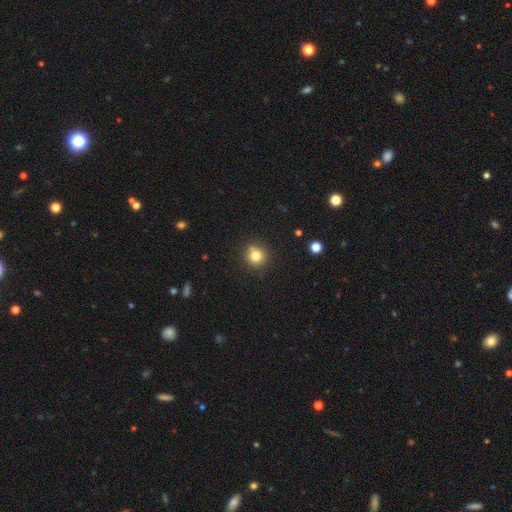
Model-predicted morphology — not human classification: This appears to be a smooth galaxy with no disk features (79%) that is round (92%). Merging: none (82%).